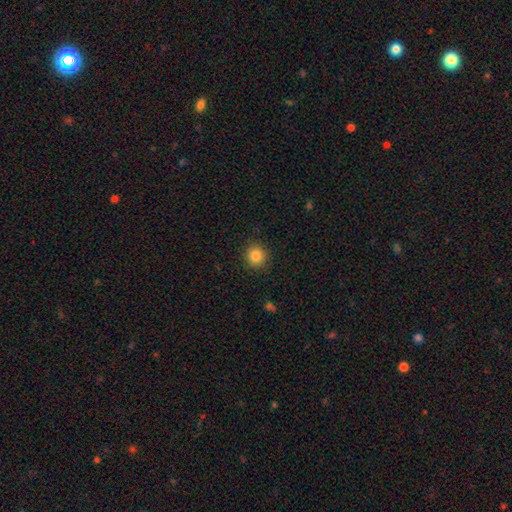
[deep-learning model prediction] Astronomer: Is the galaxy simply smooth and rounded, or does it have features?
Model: smooth — 85%.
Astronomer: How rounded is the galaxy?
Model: round — 91%.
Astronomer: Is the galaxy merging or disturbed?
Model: none — 90%.